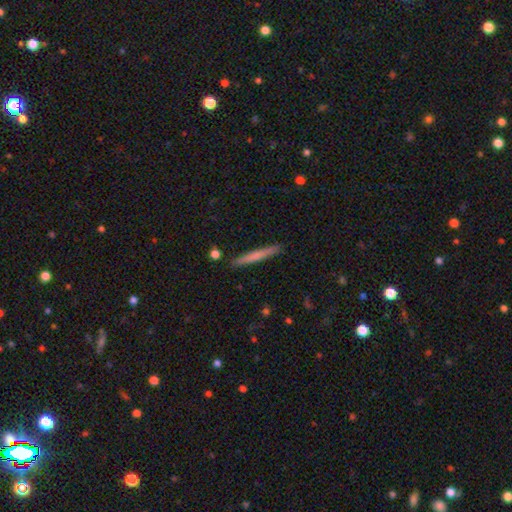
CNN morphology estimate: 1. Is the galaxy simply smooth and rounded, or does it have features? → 64% smooth, 31% featured or disk, 6% star or artifact.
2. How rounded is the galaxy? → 97% cigar-shaped, 2% in between, 1% round.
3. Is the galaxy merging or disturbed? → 91% none, 7% minor disturbance, 1% merger, 1% major disturbance.